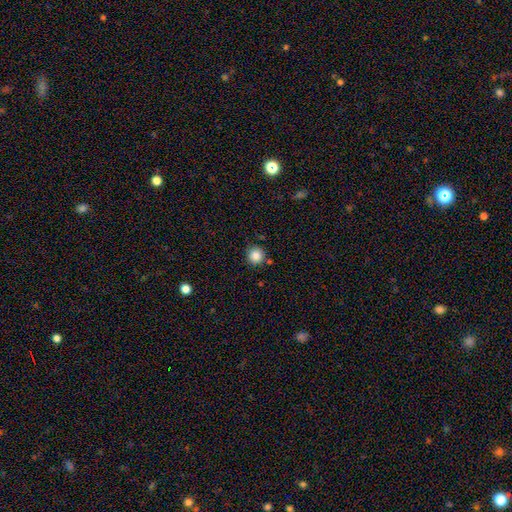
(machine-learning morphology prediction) The model was most divided on "smooth or featured": smooth: 86%, star or artifact: 10%, featured or disk: 4%. More confident: how rounded — round (95%); merging — none (86%).